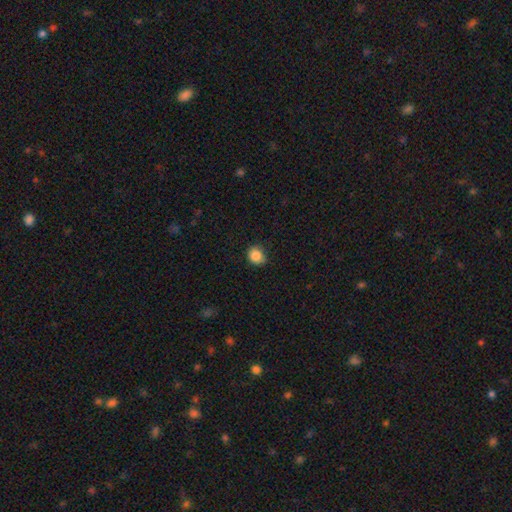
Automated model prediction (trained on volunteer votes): This is clearly a smooth galaxy (86%). How rounded: likely round (73%). Merging: likely none (77%).